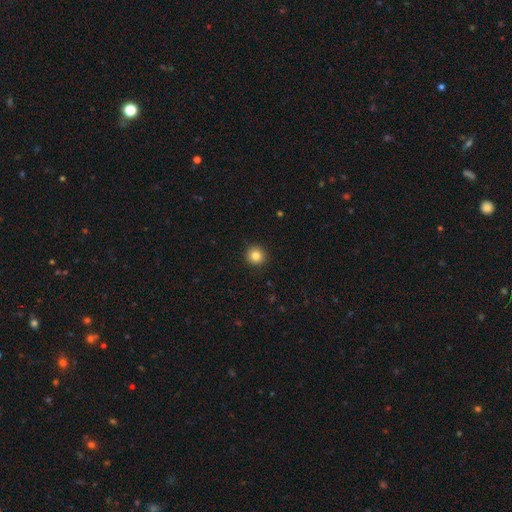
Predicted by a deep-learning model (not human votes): This appears to be a smooth galaxy with no disk features (84%) that is round (95%). Merging: none (93%).